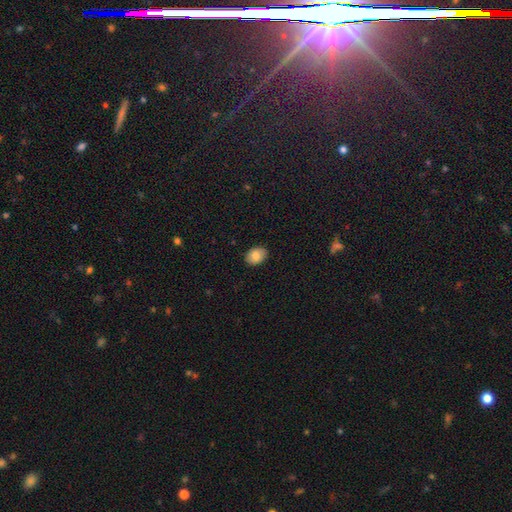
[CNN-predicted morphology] Q: Smooth or featured?
A: smooth (81%); runner-up: featured or disk (12%)
Q: How rounded?
A: in between (76%); runner-up: round (23%)
Q: Merging?
A: none (89%); runner-up: minor disturbance (8%)